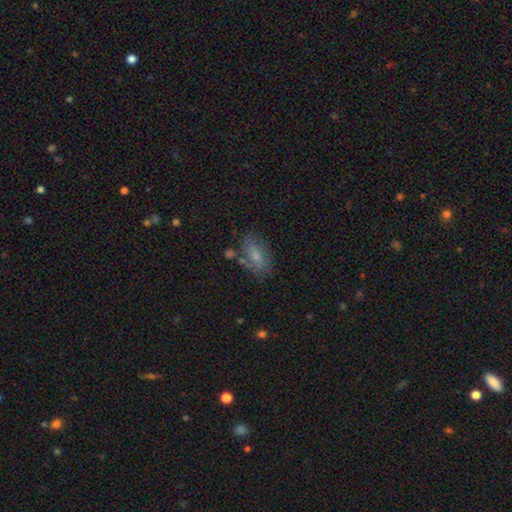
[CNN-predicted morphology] A smooth galaxy with no disk features (58%) that is in between round and cigar-shaped (87%).

Vote fractions:
- Smooth or featured? smooth: 58% / featured or disk: 32% / star or artifact: 10%
- How rounded? in between: 87% / round: 8% / cigar-shaped: 5%
- Merging? none: 63% / minor disturbance: 21% / merger: 8% / major disturbance: 8%